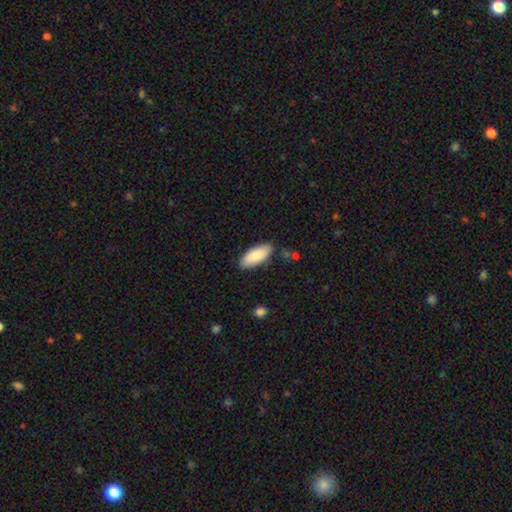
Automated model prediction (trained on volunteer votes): The model was most divided on "how rounded": in between: 84%, cigar-shaped: 14%, round: 2%. More confident: smooth or featured — smooth (85%); merging — none (84%).